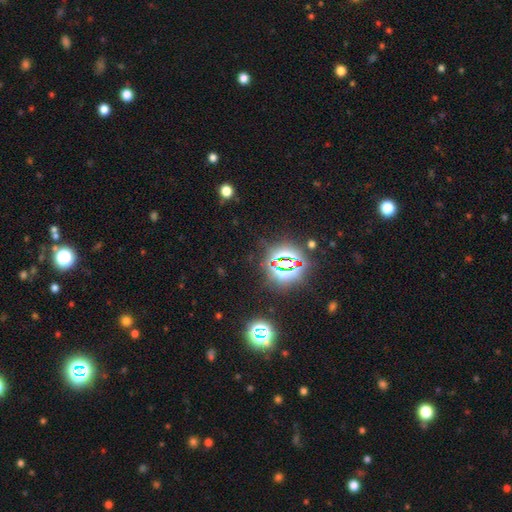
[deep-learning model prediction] smooth-or-featured: star or artifact: 83% | smooth: 11% | featured or disk: 6%